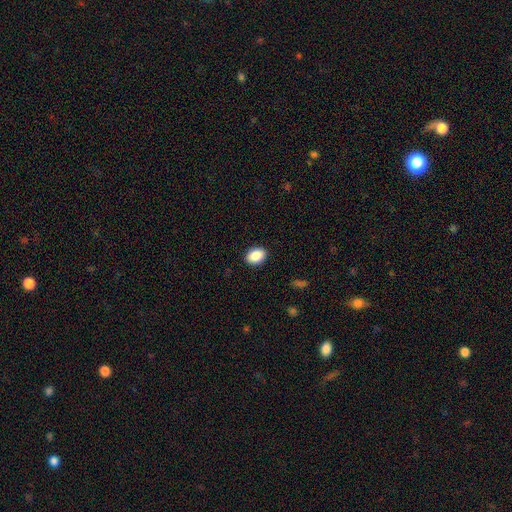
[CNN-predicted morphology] Smooth or featured? Predicted: smooth (p=0.88). How rounded? Predicted: in between (p=0.71). Merging? Predicted: none (p=0.90).